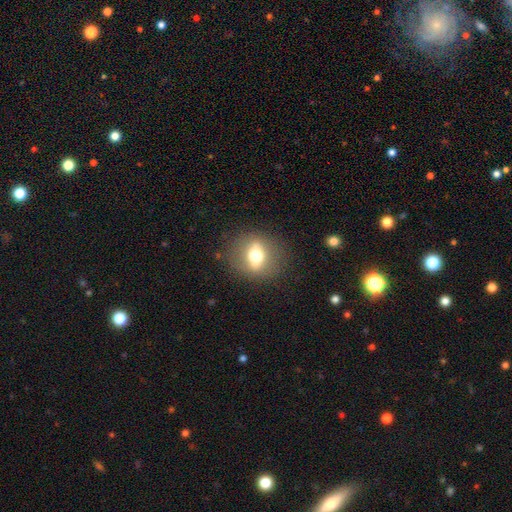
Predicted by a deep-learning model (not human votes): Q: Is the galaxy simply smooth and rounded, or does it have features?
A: smooth — 48%.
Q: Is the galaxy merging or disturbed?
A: none — 85%.